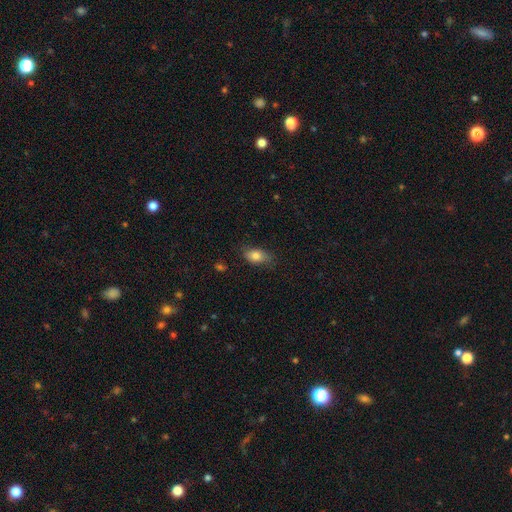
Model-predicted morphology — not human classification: Overall: smooth (81%). How rounded: in between (87%). Merging: none (76%).